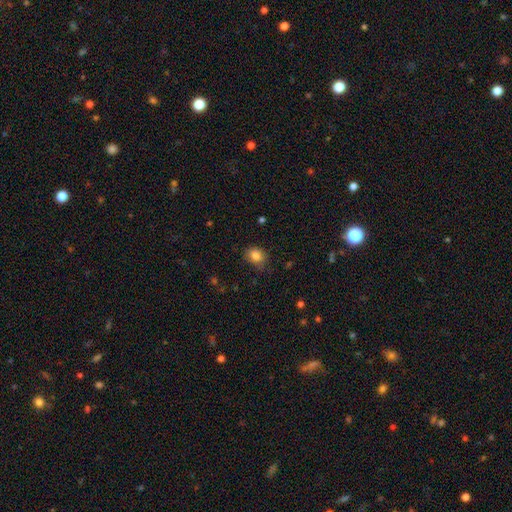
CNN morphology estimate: The model was most divided on "how rounded": round: 50%, in between: 49%, cigar-shaped: 1%. More confident: smooth or featured — smooth (84%); merging — none (73%).